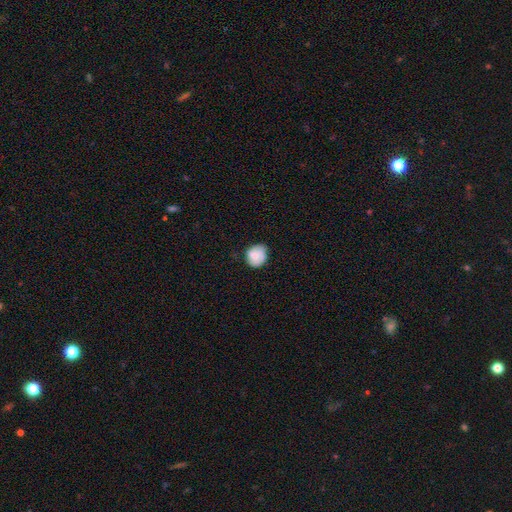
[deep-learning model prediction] Morphology: type=smooth (67%); roundness=round (72%); merging=none (66%).